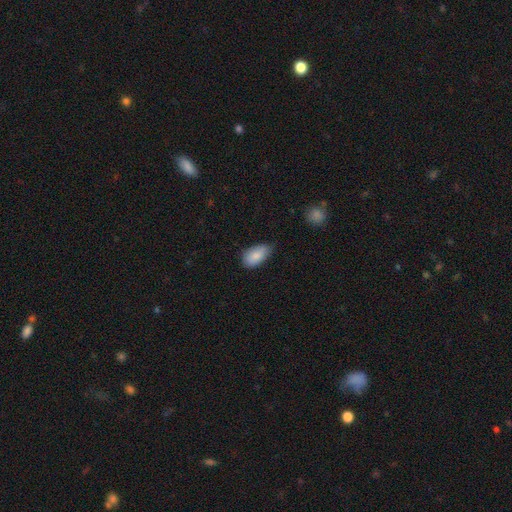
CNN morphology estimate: A smooth galaxy with no disk features (86%) that is in between round and cigar-shaped (94%).

Vote fractions:
- Smooth or featured? smooth: 86% / featured or disk: 7% / star or artifact: 7%
- How rounded? in between: 94% / round: 4% / cigar-shaped: 2%
- Merging? none: 66% / minor disturbance: 29% / major disturbance: 4% / merger: 1%